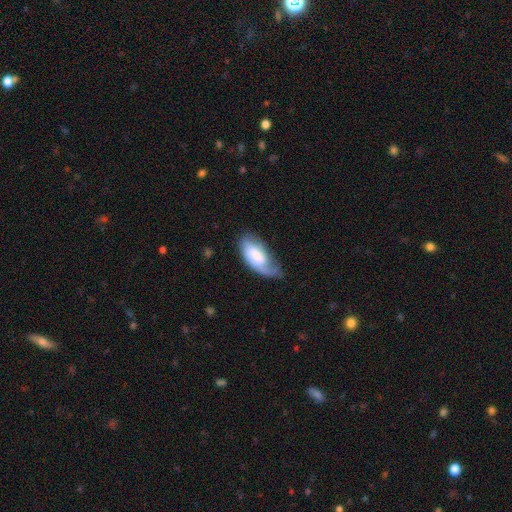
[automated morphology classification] smooth 53%, featured or disk 40%, star or artifact 7%. Down the decision tree: how rounded — in between (91%); merging — none (40%).